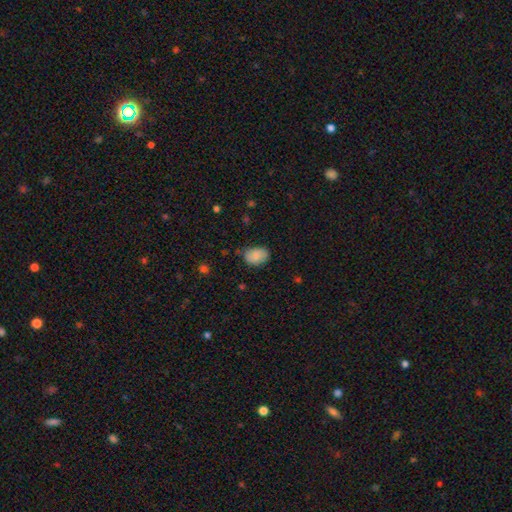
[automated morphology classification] This appears to be a smooth galaxy with no disk features (81%) that is in between round and cigar-shaped (75%). Merging: none (70%).